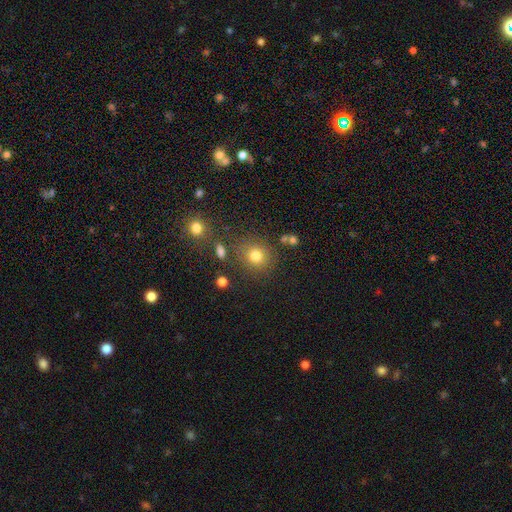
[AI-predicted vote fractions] This is likely a smooth galaxy (77%). How rounded: clearly round (87%). Merging: likely none (79%).